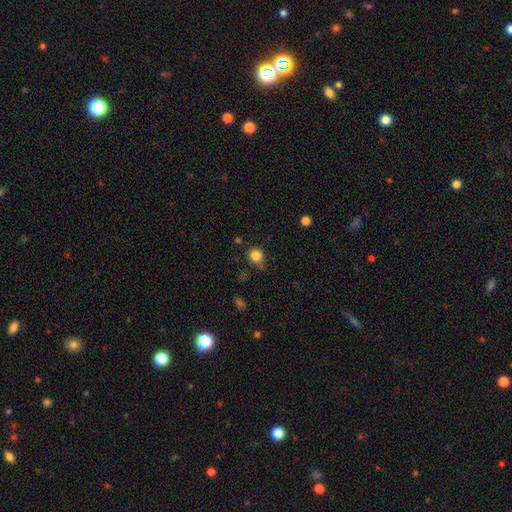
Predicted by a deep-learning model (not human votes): smooth-or-featured: smooth: 84% | star or artifact: 12% | featured or disk: 5%
  how-rounded: round: 83% | in between: 16% | cigar-shaped: 1%
  merging: none: 70% | minor disturbance: 20% | major disturbance: 5% | merger: 4%